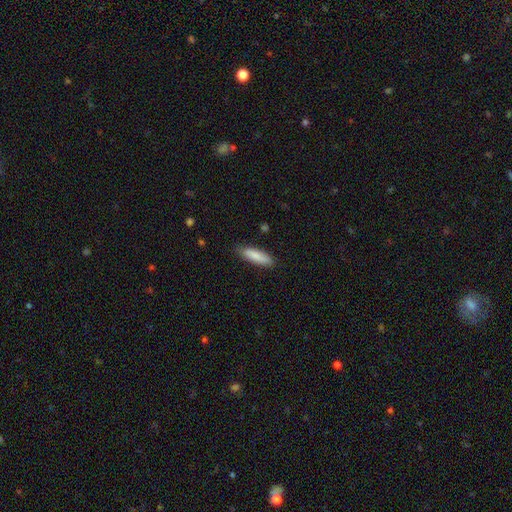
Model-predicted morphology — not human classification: type=smooth (85%); roundness=cigar-shaped (62%); merging=none (85%).